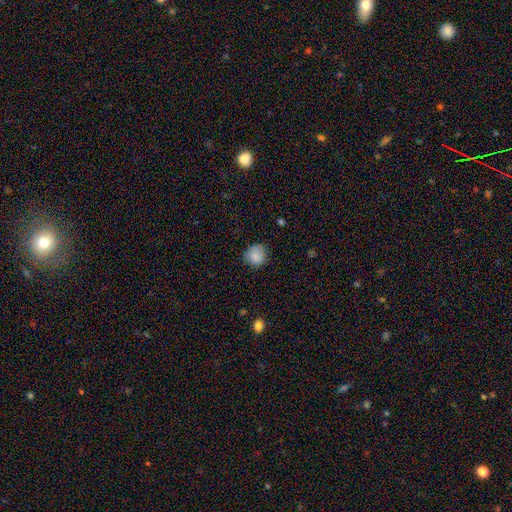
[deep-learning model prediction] This is clearly a smooth galaxy (83%). How rounded: likely round (80%). Merging: likely none (73%).